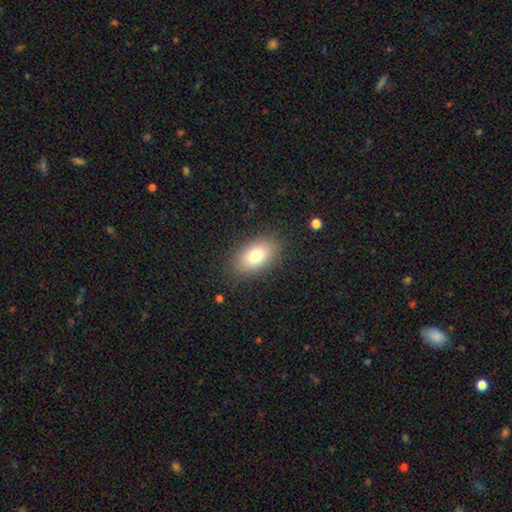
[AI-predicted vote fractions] Q: Smooth or featured?
A: smooth (78%); runner-up: featured or disk (13%)
Q: How rounded?
A: in between (90%); runner-up: round (8%)
Q: Merging?
A: none (86%); runner-up: minor disturbance (10%)